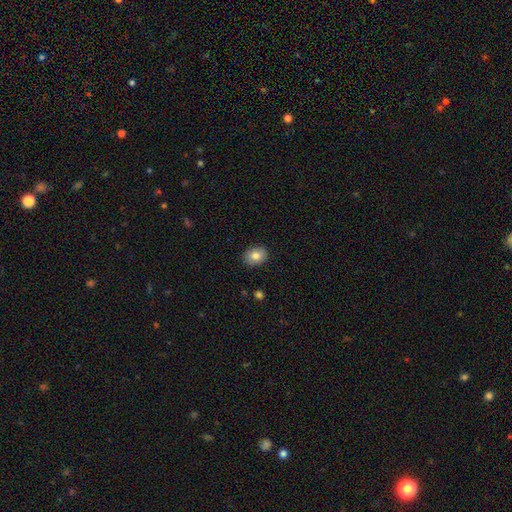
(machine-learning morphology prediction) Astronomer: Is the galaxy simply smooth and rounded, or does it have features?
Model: smooth — 82%.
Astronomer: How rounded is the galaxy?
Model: in between — 62%.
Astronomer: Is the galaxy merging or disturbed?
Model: none — 89%.